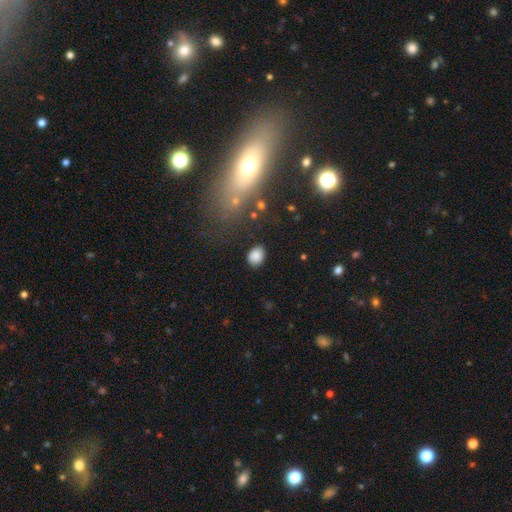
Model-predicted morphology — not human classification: Smooth or featured: smooth — 86% (star or artifact — 9%)
How rounded: in between — 67% (round — 32%)
Merging: none — 82% (minor disturbance — 12%)